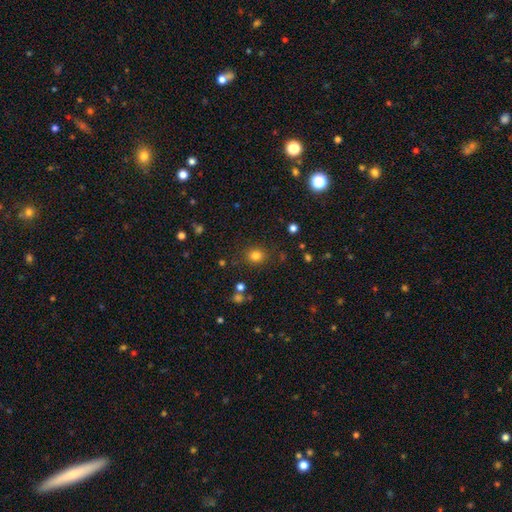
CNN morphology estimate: A smooth galaxy with no disk features (80%) that is round (75%). Merging: none (82%).